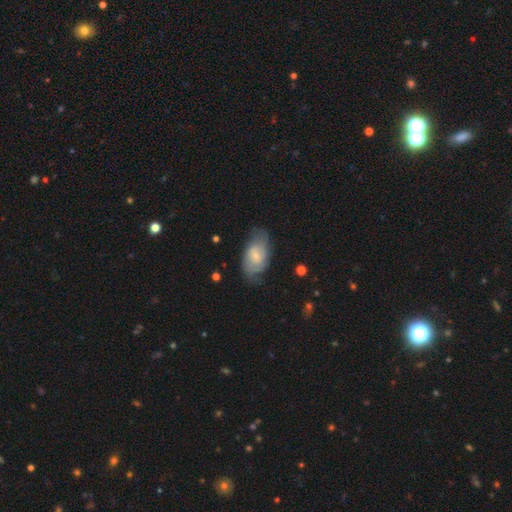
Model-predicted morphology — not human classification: smooth-or-featured: smooth: 47% | featured or disk: 46% | star or artifact: 7%
  merging: none: 61% | minor disturbance: 26% | major disturbance: 11% | merger: 2%